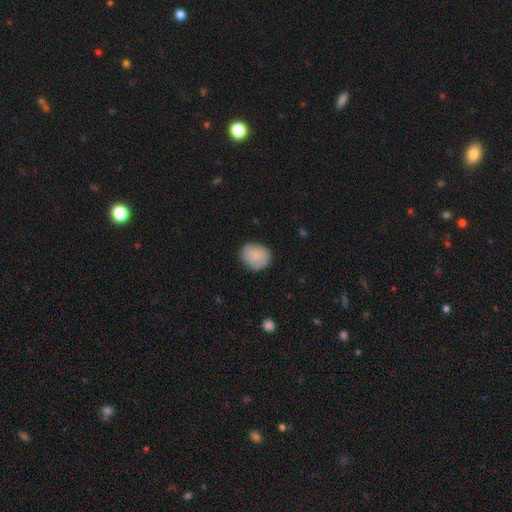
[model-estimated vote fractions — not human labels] smooth 81%, featured or disk 12%, star or artifact 7%. Down the decision tree: how rounded — round (65%); merging — none (75%).